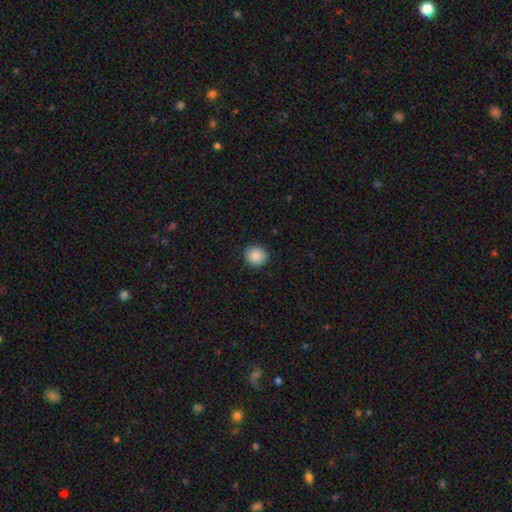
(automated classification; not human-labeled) Smooth or featured? Predicted: smooth (p=0.88). How rounded? Predicted: round (p=0.87). Merging? Predicted: none (p=0.90).